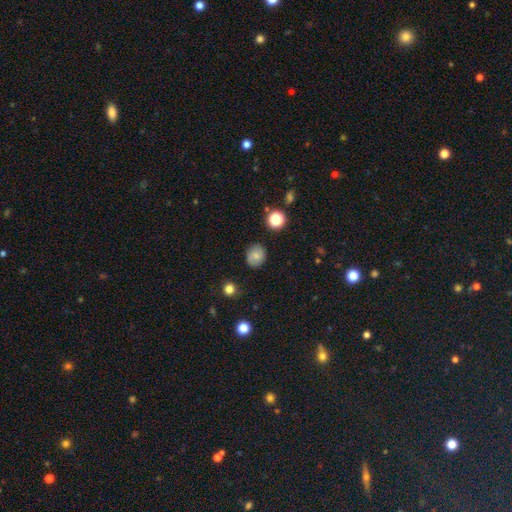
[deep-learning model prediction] Smooth or featured: smooth — 70% (featured or disk — 19%)
How rounded: round — 69% (in between — 30%)
Merging: none — 82% (minor disturbance — 13%)